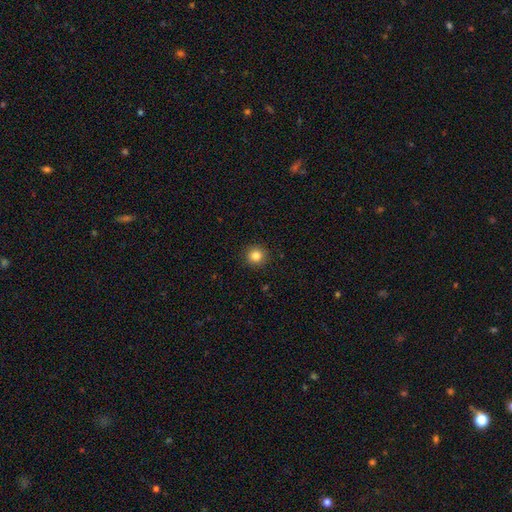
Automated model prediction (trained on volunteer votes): Smooth or featured?
  - smooth: 84% *
  - star or artifact: 11%
  - featured or disk: 5%
How rounded?
  - round: 93% *
  - in between: 6%
  - cigar-shaped: 1%
Merging?
  - none: 92% *
  - minor disturbance: 5%
  - major disturbance: 2%
  - merger: 1%